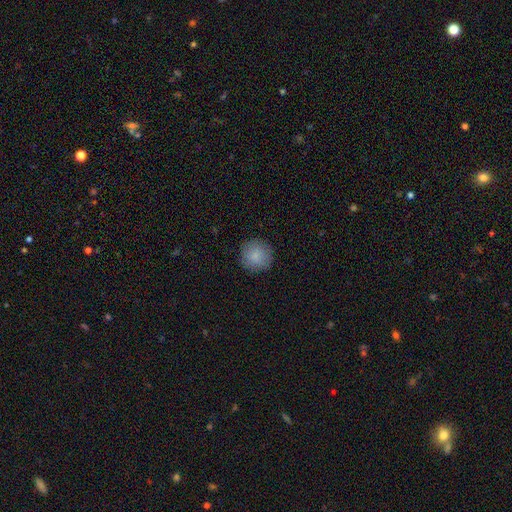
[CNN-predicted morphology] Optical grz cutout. It shows a smooth galaxy with no disk features (87%) that is round (94%). Merging: none (89%).